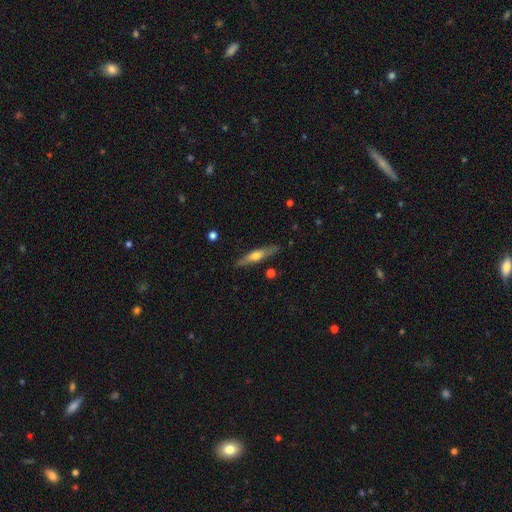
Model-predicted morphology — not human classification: Smooth or featured? featured or disk (56%)
Edge-on disk? yes (93%)
Edge-on bulge? rounded (88%)
Merging? none (87%)